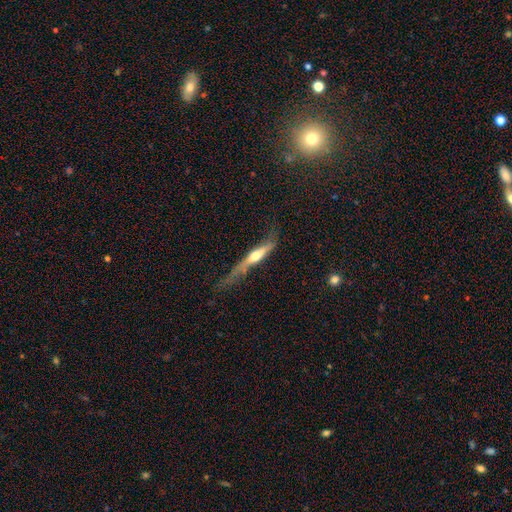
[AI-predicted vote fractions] Smooth or featured: featured or disk — 56% (smooth — 38%)
Edge-on disk: yes — 85% (no — 15%)
Merging: none — 42% (minor disturbance — 31%)